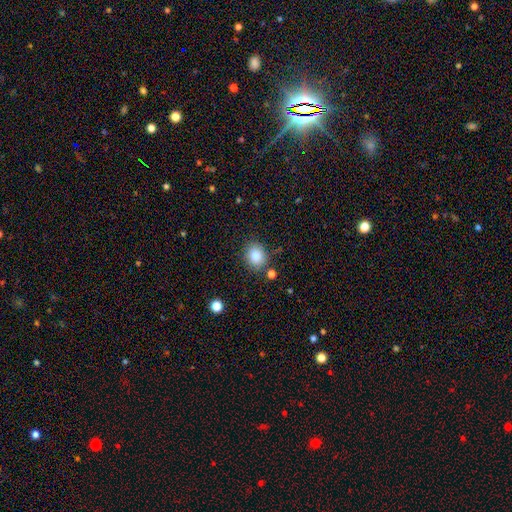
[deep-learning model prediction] Smooth or featured? Predicted: smooth (p=0.85). How rounded? Predicted: round (p=0.60). Merging? Predicted: none (p=0.80).